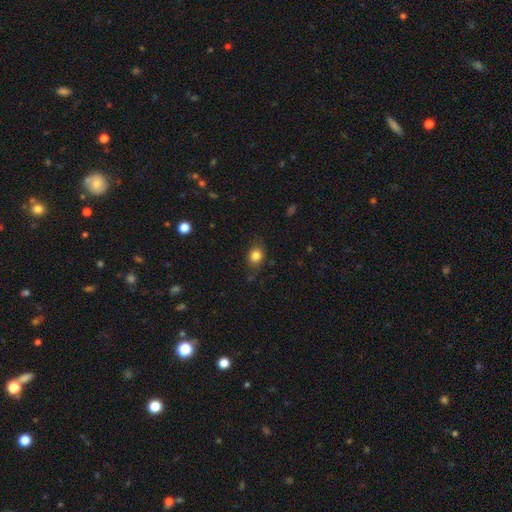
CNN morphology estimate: smooth-or-featured: smooth: 83% | star or artifact: 11% | featured or disk: 7%
  how-rounded: round: 53% | in between: 45% | cigar-shaped: 1%
  merging: none: 78% | minor disturbance: 17% | major disturbance: 4% | merger: 2%